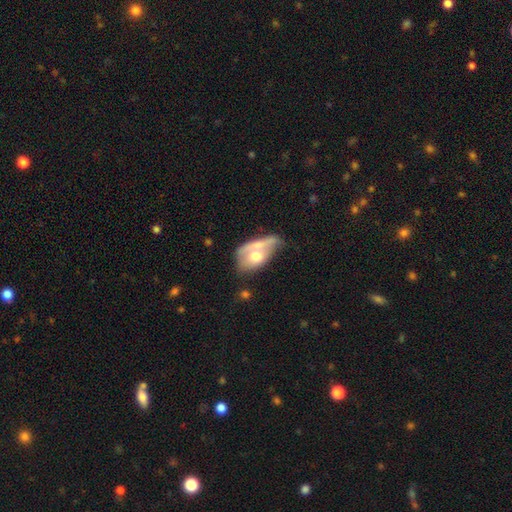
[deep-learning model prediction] Smooth or featured: smooth — 55% (featured or disk — 38%)
How rounded: in between — 75% (round — 20%)
Merging: merger — 53% (major disturbance — 18%)